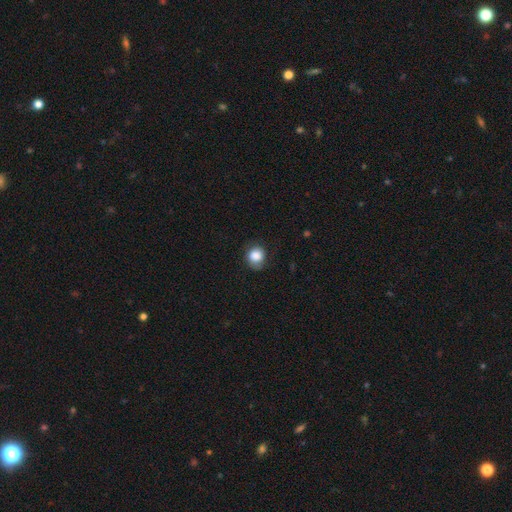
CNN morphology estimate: Smooth or featured?
  - smooth: 86% *
  - star or artifact: 9%
  - featured or disk: 5%
How rounded?
  - round: 79% *
  - in between: 20%
  - cigar-shaped: 1%
Merging?
  - none: 71% *
  - minor disturbance: 22%
  - major disturbance: 6%
  - merger: 1%